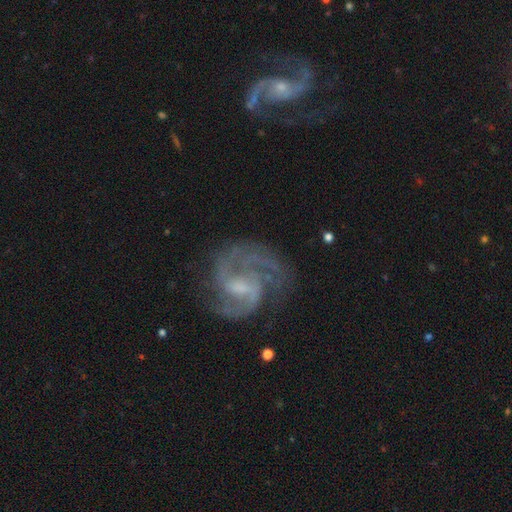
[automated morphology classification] The model was most divided on "bulge size": small: 53%, moderate: 28%, none: 16%, large: 2%, dominant: 1%. More confident: spiral arms — yes (98%); edge-on disk — no (98%); smooth or featured — featured or disk (91%); spiral arm count — 2 (83%); merging — none (71%); spiral winding — medium (61%); bar — weak (56%).